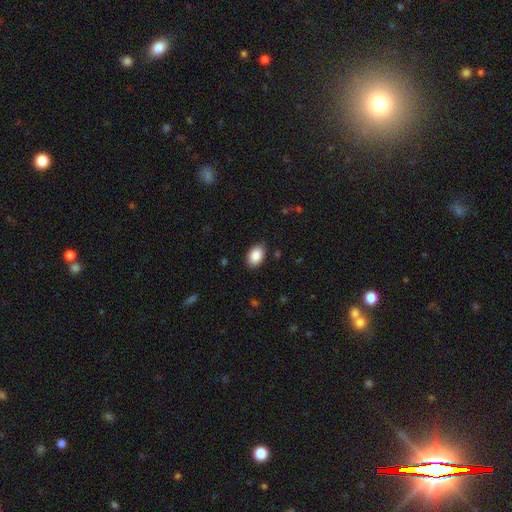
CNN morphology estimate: Smooth or featured: smooth — 89% (star or artifact — 7%)
How rounded: in between — 90% (round — 9%)
Merging: none — 86% (minor disturbance — 11%)